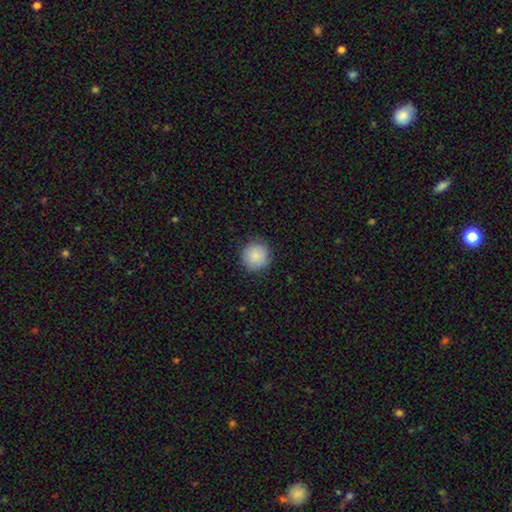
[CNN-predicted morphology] Smooth or featured? smooth (87%)
How rounded? round (94%)
Merging? none (86%)